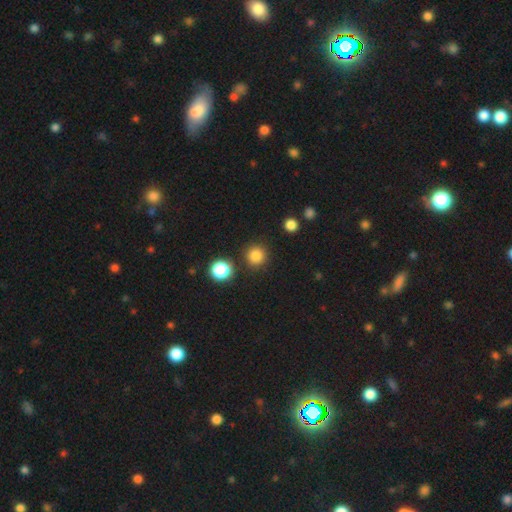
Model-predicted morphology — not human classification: This is clearly a smooth galaxy (83%). How rounded: clearly round (94%). Merging: clearly none (87%).